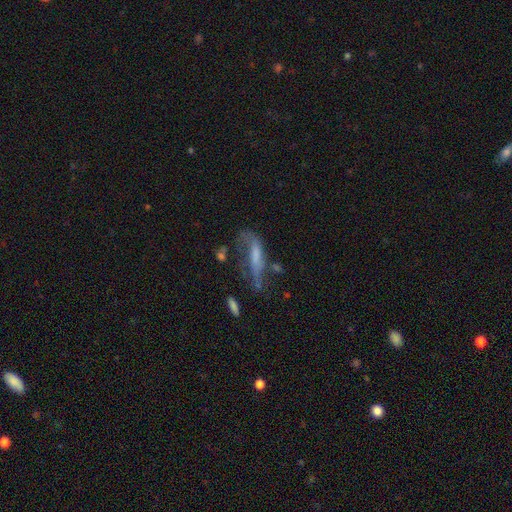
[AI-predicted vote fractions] Smooth or featured: featured or disk — 52% (smooth — 34%)
Edge-on disk: no — 72% (yes — 28%)
Merging: major disturbance — 38% (none — 30%)